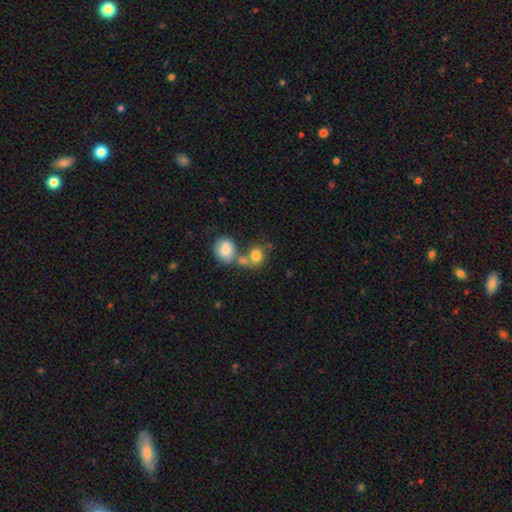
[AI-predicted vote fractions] Q: Smooth or featured?
A: smooth (80%); runner-up: featured or disk (11%)
Q: How rounded?
A: round (63%); runner-up: in between (36%)
Q: Merging?
A: merger (48%); runner-up: none (37%)